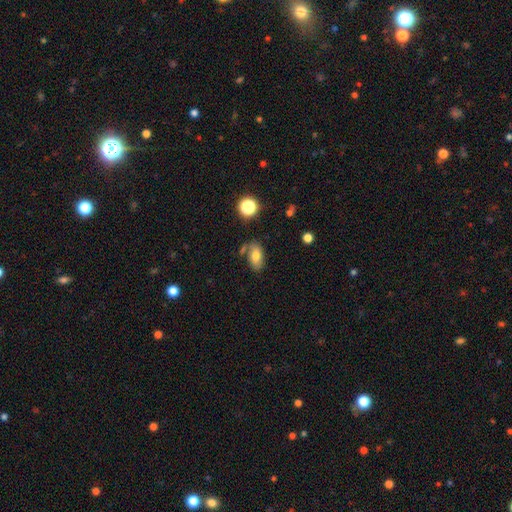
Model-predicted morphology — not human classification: smooth-or-featured: smooth: 74% | featured or disk: 16% | star or artifact: 10%
  how-rounded: in between: 89% | round: 7% | cigar-shaped: 4%
  merging: none: 61% | minor disturbance: 18% | merger: 13% | major disturbance: 7%